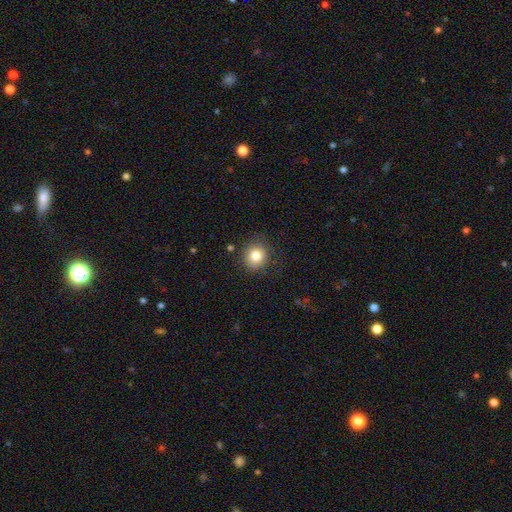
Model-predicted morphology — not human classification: A smooth galaxy with no disk features (82%) that is round (84%). Merging: none (85%).